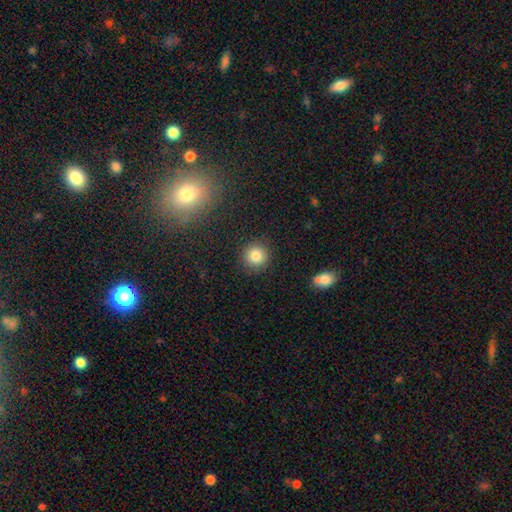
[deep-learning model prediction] Morphology: type=smooth (83%); roundness=round (92%); merging=none (89%).